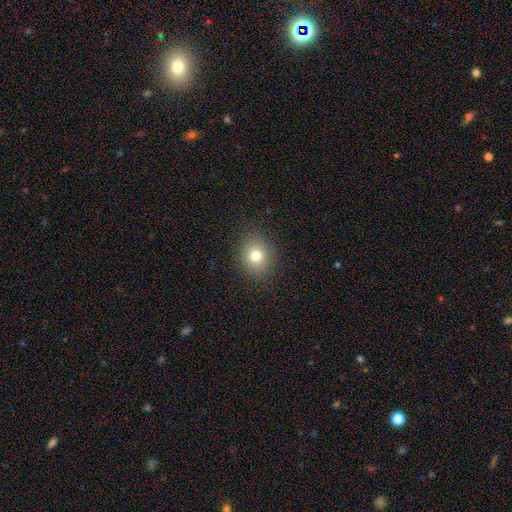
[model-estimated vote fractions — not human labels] Smooth or featured? Predicted: smooth (p=0.76). How rounded? Predicted: round (p=0.62). Merging? Predicted: none (p=0.87).